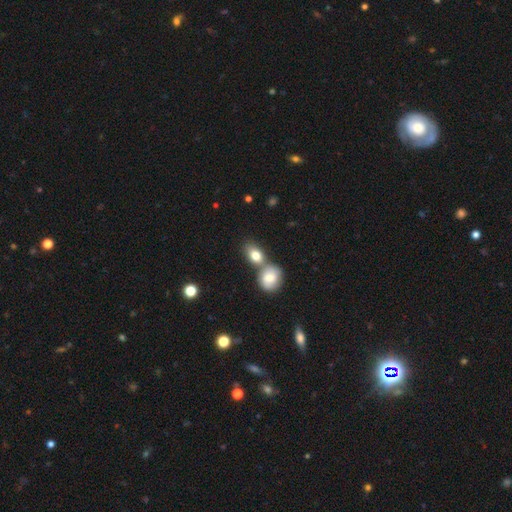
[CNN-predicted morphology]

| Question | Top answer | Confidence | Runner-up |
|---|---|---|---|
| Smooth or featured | smooth | 79% | featured or disk (13%) |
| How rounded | in between | 75% | round (23%) |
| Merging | merger | 51% | none (37%) |